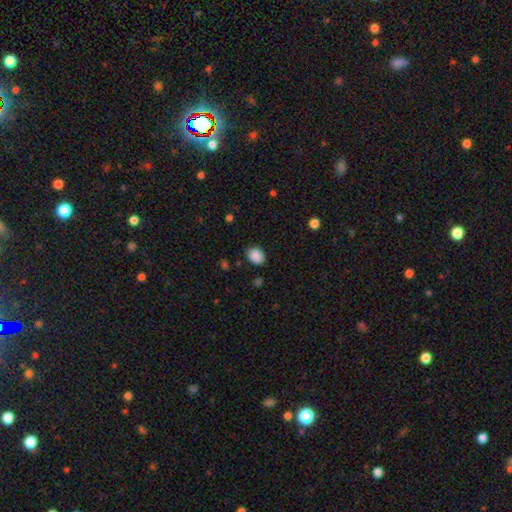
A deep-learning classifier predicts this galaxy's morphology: A smooth galaxy with no disk features (88%) that is in between round and cigar-shaped (54%). Merging: none (83%).